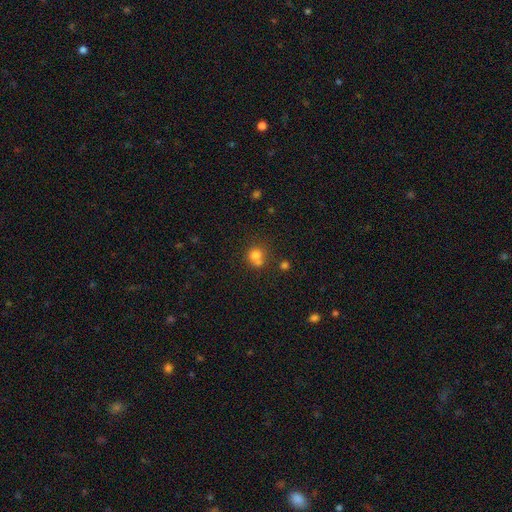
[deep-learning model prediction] A smooth galaxy with no disk features (76%) that is round (85%).

Vote fractions:
- Smooth or featured? smooth: 76% / star or artifact: 14% / featured or disk: 10%
- How rounded? round: 85% / in between: 14% / cigar-shaped: 1%
- Merging? none: 50% / merger: 35% / minor disturbance: 11% / major disturbance: 5%